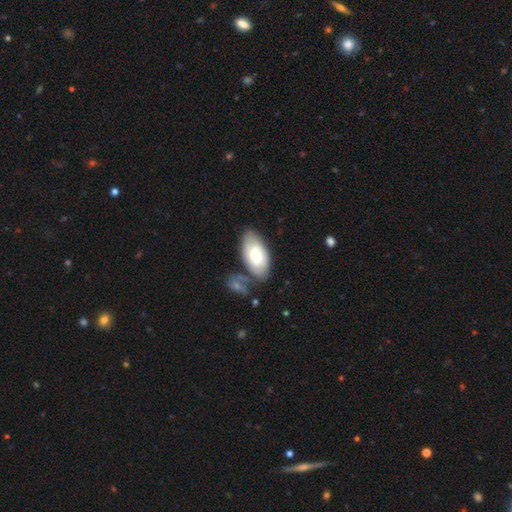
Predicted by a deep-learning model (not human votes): smooth_or_featured: smooth (p=0.65) [alt: featured or disk p=0.29]
how_rounded: in between (p=0.94) [alt: round p=0.03]
merging: none (p=0.65) [alt: minor disturbance p=0.18]